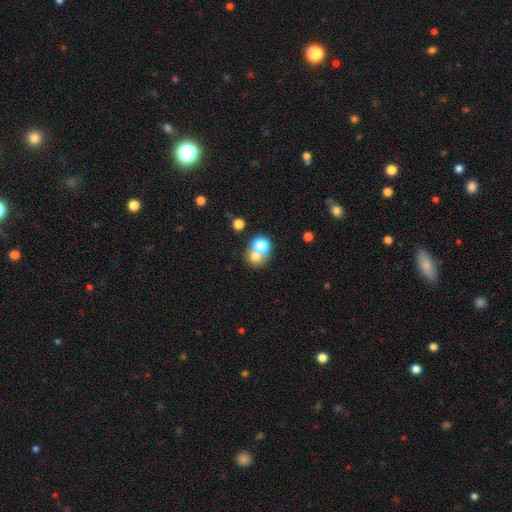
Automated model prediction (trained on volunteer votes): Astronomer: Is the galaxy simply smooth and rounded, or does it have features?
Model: smooth — 66%.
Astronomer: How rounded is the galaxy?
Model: round — 79%.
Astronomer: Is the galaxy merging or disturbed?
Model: none — 48% (runner-up: merger, 41%).